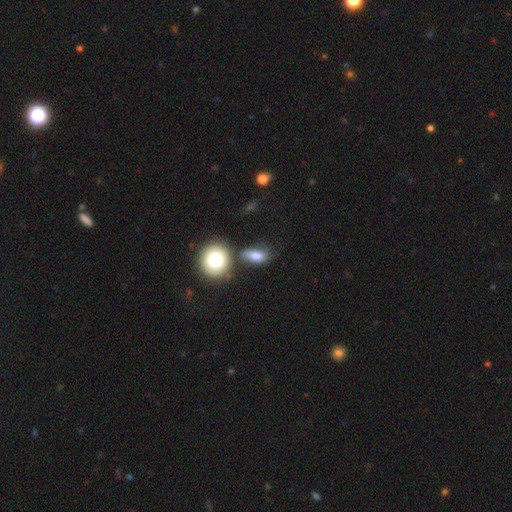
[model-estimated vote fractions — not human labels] This appears to be a smooth galaxy with no disk features (77%) that is in between round and cigar-shaped (73%). Merging: none (56%).